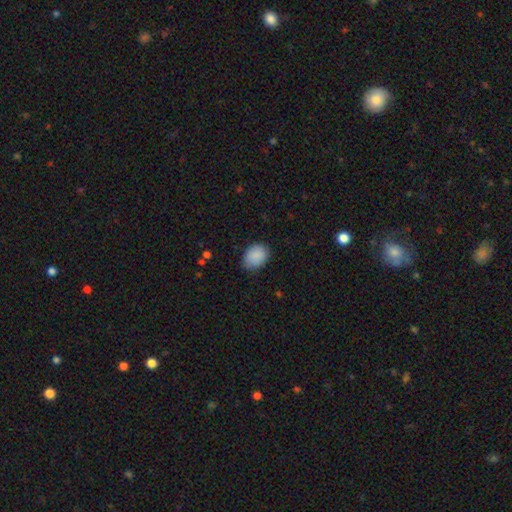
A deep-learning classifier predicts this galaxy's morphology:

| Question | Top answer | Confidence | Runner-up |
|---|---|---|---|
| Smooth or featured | smooth | 89% | star or artifact (7%) |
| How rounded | in between | 63% | round (36%) |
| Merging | none | 78% | minor disturbance (18%) |